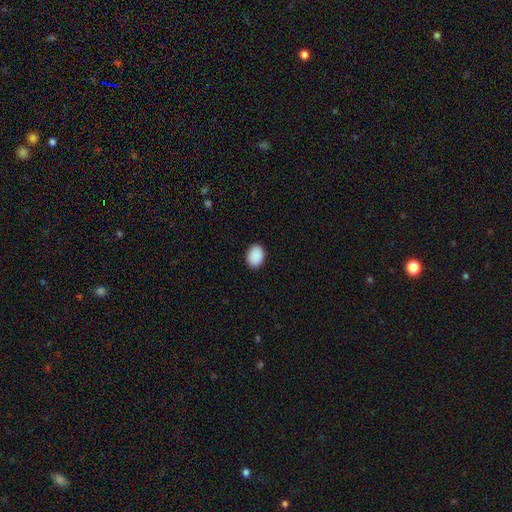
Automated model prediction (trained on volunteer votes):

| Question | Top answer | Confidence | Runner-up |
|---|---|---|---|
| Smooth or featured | smooth | 90% | star or artifact (7%) |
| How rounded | in between | 68% | round (31%) |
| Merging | none | 90% | minor disturbance (7%) |